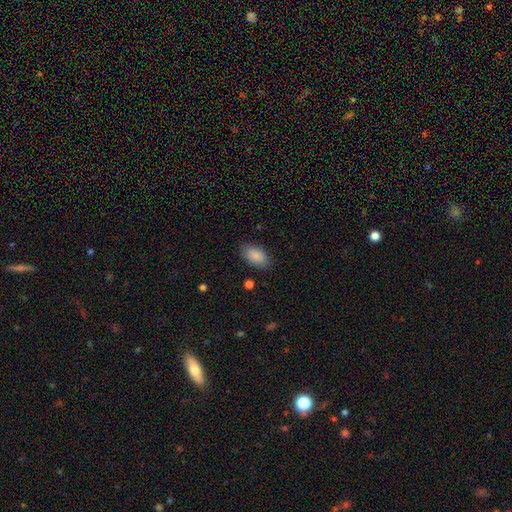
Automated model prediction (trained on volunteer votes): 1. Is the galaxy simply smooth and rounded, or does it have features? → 89% smooth, 7% star or artifact, 4% featured or disk.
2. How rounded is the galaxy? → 93% in between, 4% round, 3% cigar-shaped.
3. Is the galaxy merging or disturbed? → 85% none, 11% minor disturbance, 3% major disturbance, 1% merger.